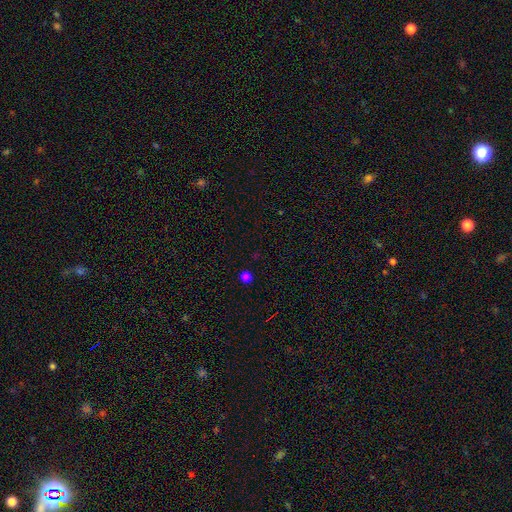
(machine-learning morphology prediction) The model was most divided on "smooth or featured": smooth: 63%, star or artifact: 33%, featured or disk: 4%. More confident: merging — none (90%); how rounded — round (89%).